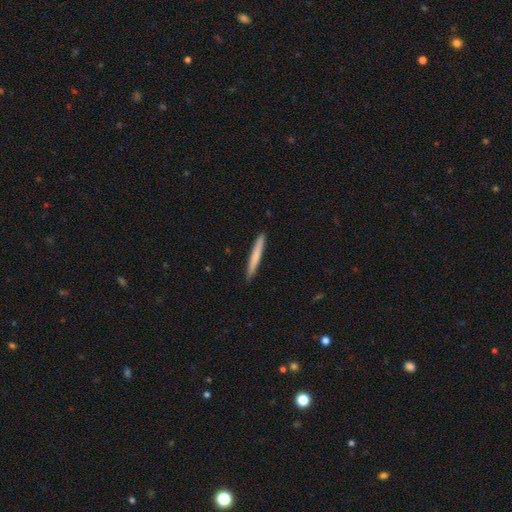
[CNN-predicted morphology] type=smooth (71%); roundness=cigar-shaped (97%); merging=none (91%).